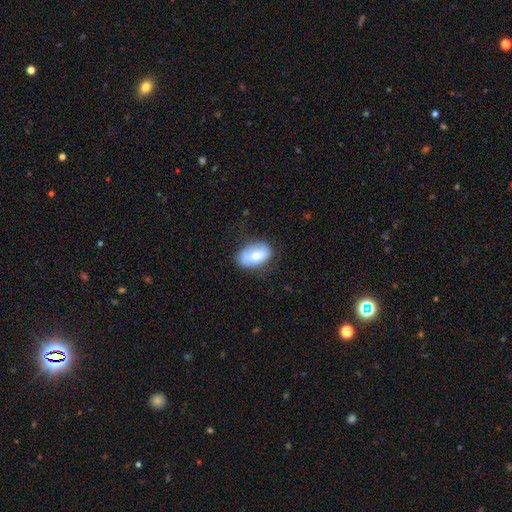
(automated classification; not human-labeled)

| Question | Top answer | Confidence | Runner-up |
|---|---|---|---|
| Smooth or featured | smooth | 65% | featured or disk (28%) |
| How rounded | in between | 89% | round (9%) |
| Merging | none | 71% | minor disturbance (22%) |